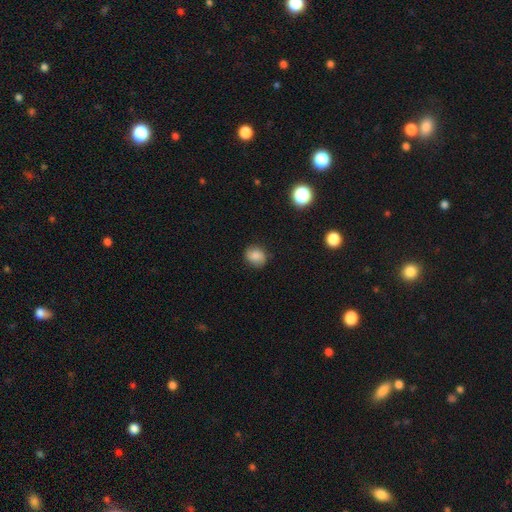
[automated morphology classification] smooth_or_featured: smooth (p=0.73) [alt: featured or disk p=0.17]
how_rounded: round (p=0.66) [alt: in between p=0.33]
merging: none (p=0.81) [alt: minor disturbance p=0.15]